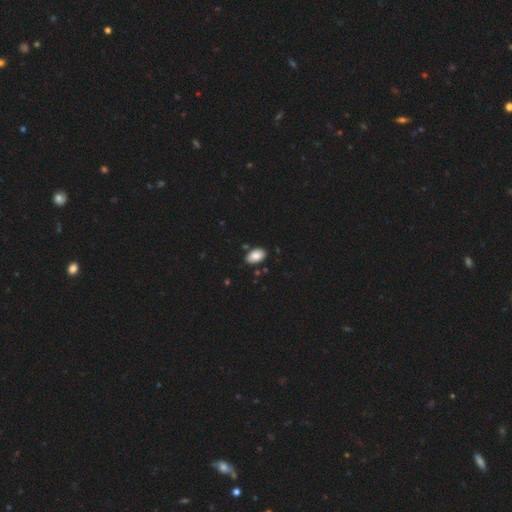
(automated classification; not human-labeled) Smooth or featured: smooth — 88% (star or artifact — 7%)
How rounded: in between — 93% (round — 6%)
Merging: none — 84% (minor disturbance — 11%)